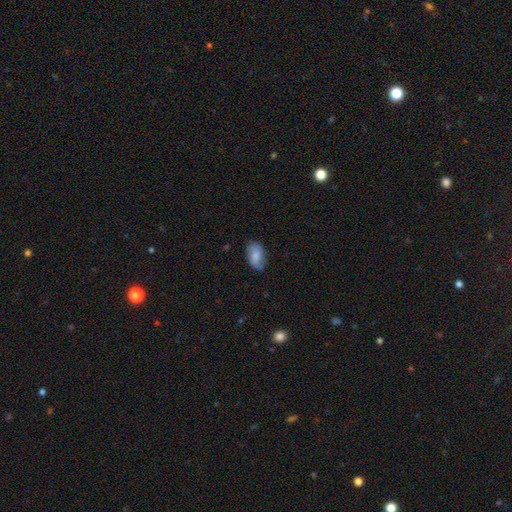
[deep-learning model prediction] The model was most divided on "smooth or featured": smooth: 69%, featured or disk: 23%, star or artifact: 7%. More confident: how rounded — in between (92%); merging — none (71%).